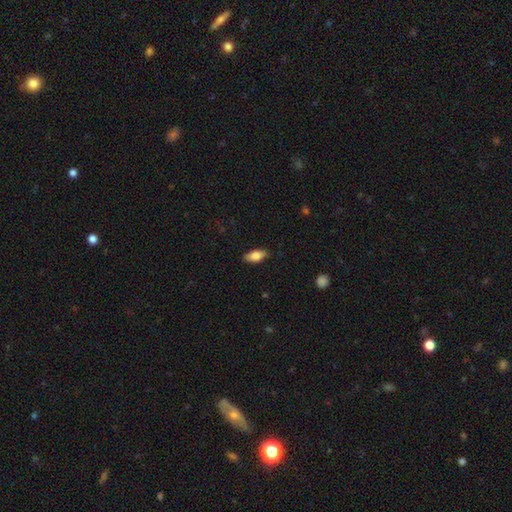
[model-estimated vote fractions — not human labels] Smooth or featured? smooth (80%)
How rounded? in between (84%)
Merging? none (86%)